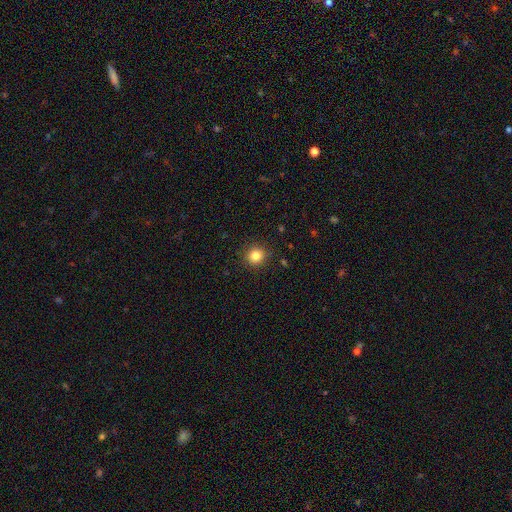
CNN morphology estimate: smooth-or-featured: smooth: 83% | star or artifact: 12% | featured or disk: 5%
  how-rounded: round: 93% | in between: 6% | cigar-shaped: 1%
  merging: none: 91% | minor disturbance: 6% | major disturbance: 2% | merger: 1%